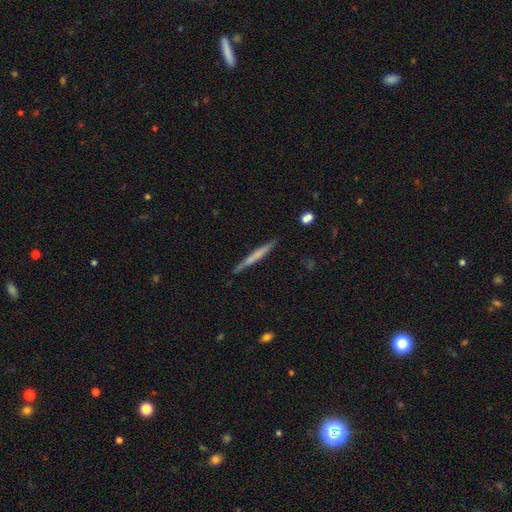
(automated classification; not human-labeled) A smooth galaxy with no disk features (49%). Merging: none (88%).